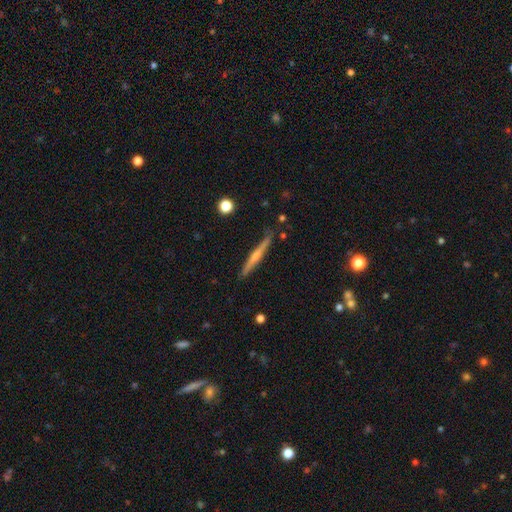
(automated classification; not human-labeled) Overall: featured or disk (62%; smooth 27%). Edge-on disk: yes (95%). Edge-on bulge: rounded (74%). Merging: none (83%).